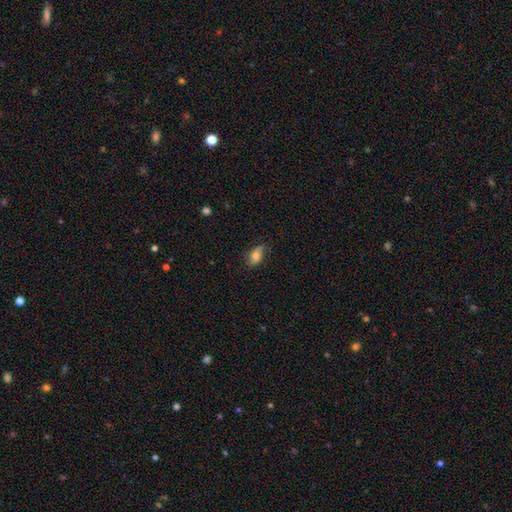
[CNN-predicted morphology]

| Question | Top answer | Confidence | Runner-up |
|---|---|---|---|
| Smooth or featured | smooth | 62% | featured or disk (30%) |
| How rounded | in between | 86% | round (8%) |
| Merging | none | 66% | minor disturbance (25%) |